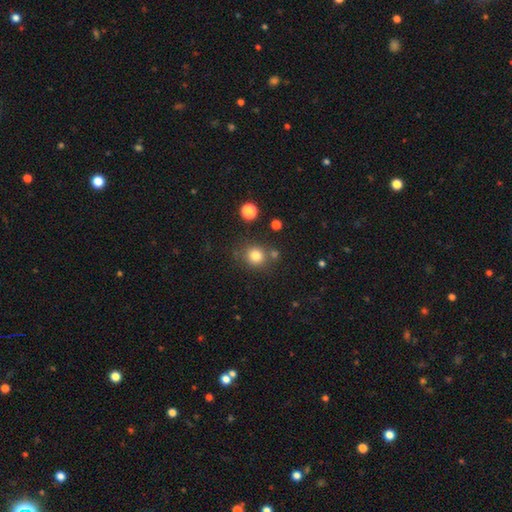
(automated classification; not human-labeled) Smooth or featured? Predicted: smooth (p=0.81). How rounded? Predicted: round (p=0.88). Merging? Predicted: none (p=0.75).